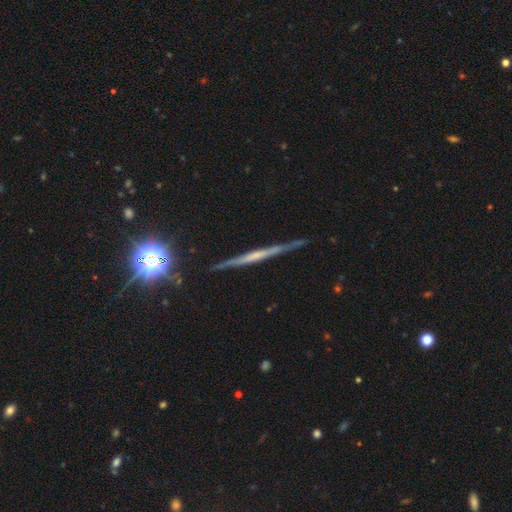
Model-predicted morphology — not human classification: Overall: featured or disk (69%). Edge-on disk: yes (97%). Edge-on bulge: none (66%). Merging: none (87%).